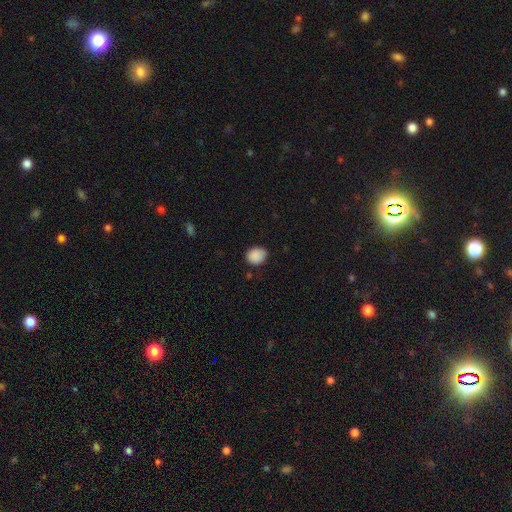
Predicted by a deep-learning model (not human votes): Smooth or featured?
  - smooth: 89% *
  - star or artifact: 8%
  - featured or disk: 3%
How rounded?
  - round: 58% *
  - in between: 42%
  - cigar-shaped: 1%
Merging?
  - none: 78% *
  - minor disturbance: 18%
  - major disturbance: 3%
  - merger: 1%